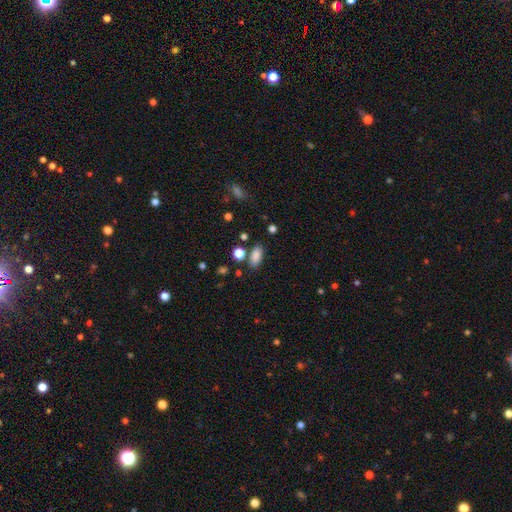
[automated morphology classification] This appears to be a smooth galaxy with no disk features (85%) that is in between round and cigar-shaped (87%). Merging: none (78%).